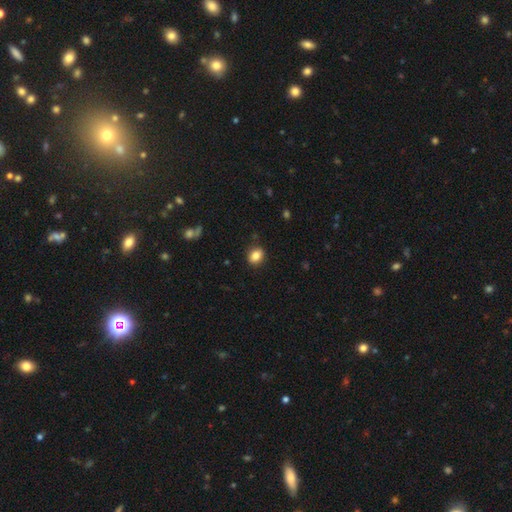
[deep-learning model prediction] Smooth or featured? smooth (85%)
How rounded? round (50%)
Merging? none (87%)